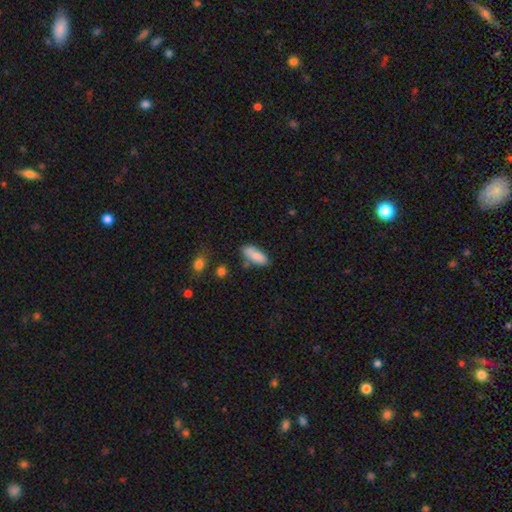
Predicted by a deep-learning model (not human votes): Q: Smooth or featured?
A: smooth (81%); runner-up: featured or disk (12%)
Q: How rounded?
A: in between (74%); runner-up: cigar-shaped (24%)
Q: Merging?
A: none (63%); runner-up: minor disturbance (22%)